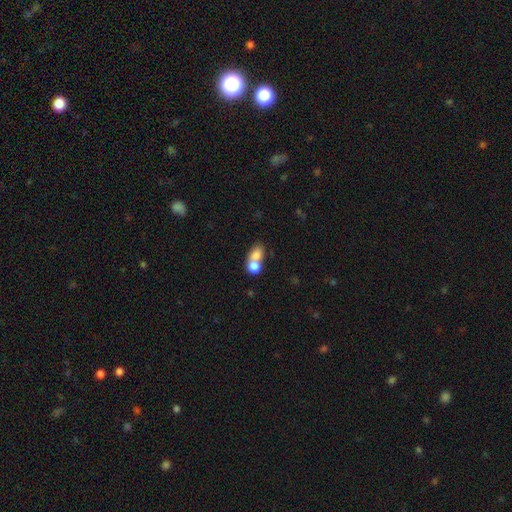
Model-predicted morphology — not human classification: smooth_or_featured: smooth (p=0.75) [alt: featured or disk p=0.16]
how_rounded: in between (p=0.57) [alt: round p=0.41]
merging: merger (p=0.69) [alt: none p=0.21]